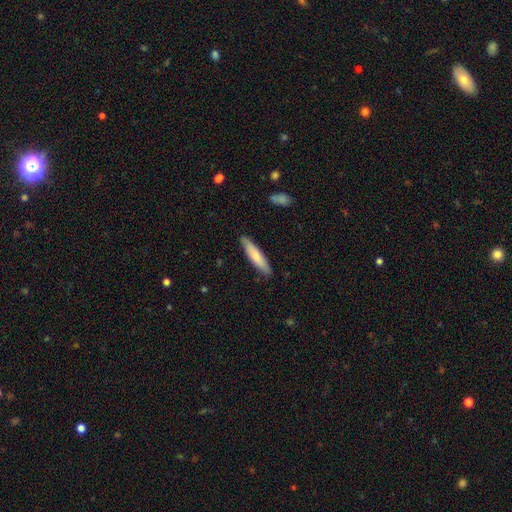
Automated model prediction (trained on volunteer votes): The model was most divided on "smooth or featured": smooth: 72%, featured or disk: 23%, star or artifact: 5%. More confident: merging — none (86%); how rounded — cigar-shaped (82%).